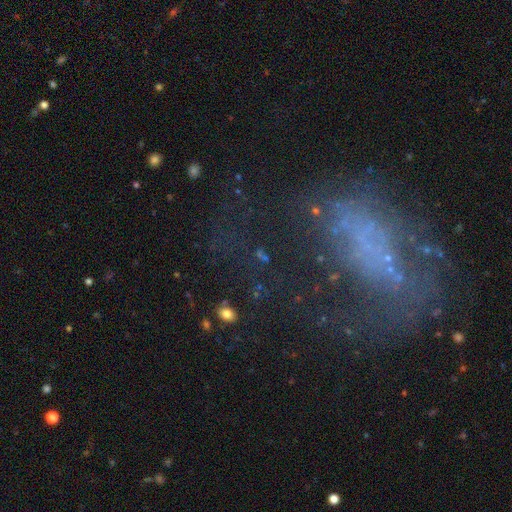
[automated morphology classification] Smooth or featured? Predicted: featured or disk (p=0.49). Merging? Predicted: none (p=0.41).